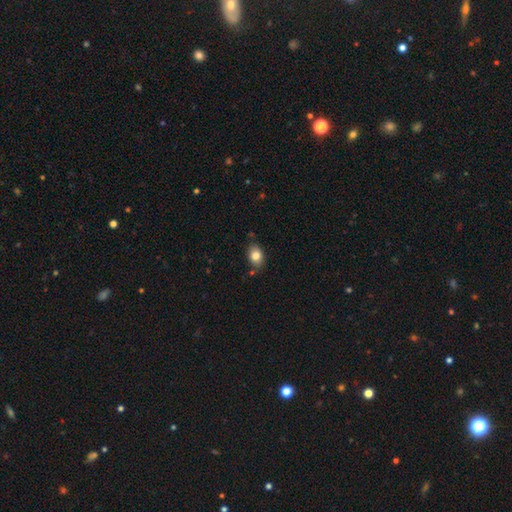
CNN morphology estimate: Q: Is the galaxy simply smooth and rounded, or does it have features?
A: smooth — 83%.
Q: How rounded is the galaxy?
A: in between — 78%.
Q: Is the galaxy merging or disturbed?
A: none — 79%.